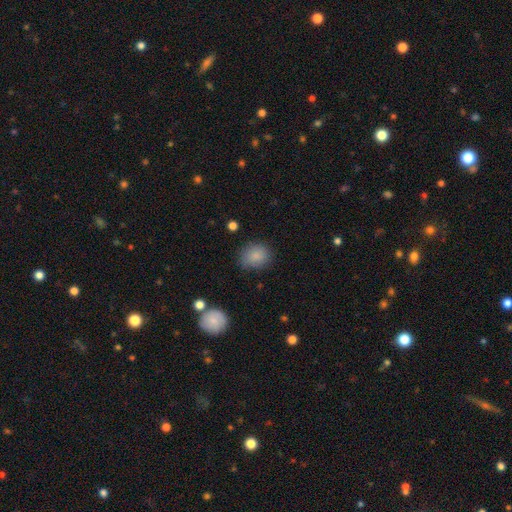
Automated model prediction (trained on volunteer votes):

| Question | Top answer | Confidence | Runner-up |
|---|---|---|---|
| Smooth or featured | smooth | 85% | star or artifact (9%) |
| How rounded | round | 66% | in between (33%) |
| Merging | none | 78% | minor disturbance (16%) |